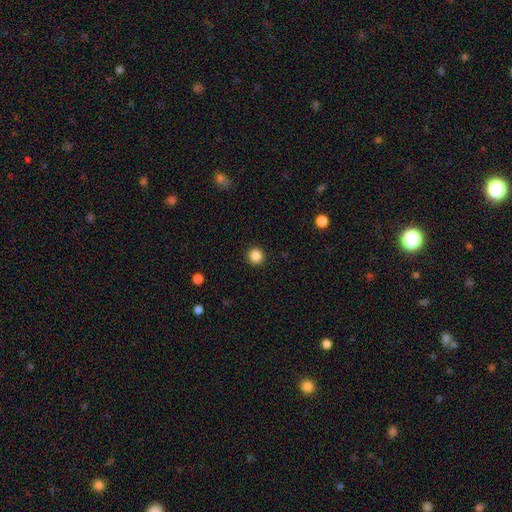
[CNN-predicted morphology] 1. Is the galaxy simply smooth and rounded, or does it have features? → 86% smooth, 11% star or artifact, 3% featured or disk.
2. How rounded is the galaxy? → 94% round, 5% in between, 1% cigar-shaped.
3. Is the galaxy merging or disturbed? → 92% none, 5% minor disturbance, 2% major disturbance, 1% merger.